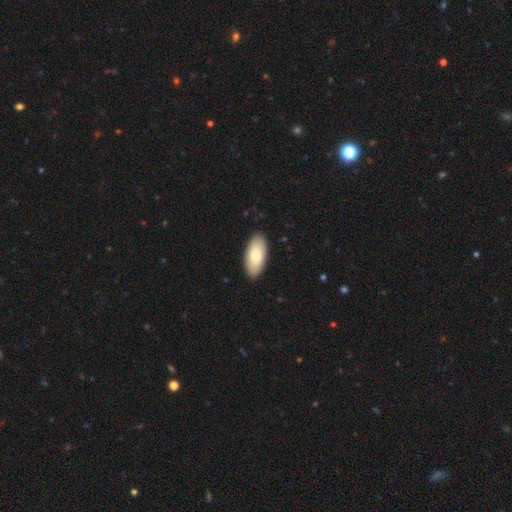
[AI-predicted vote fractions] The model was most divided on "smooth or featured": smooth: 76%, featured or disk: 18%, star or artifact: 5%. More confident: how rounded — in between (92%); merging — none (89%).